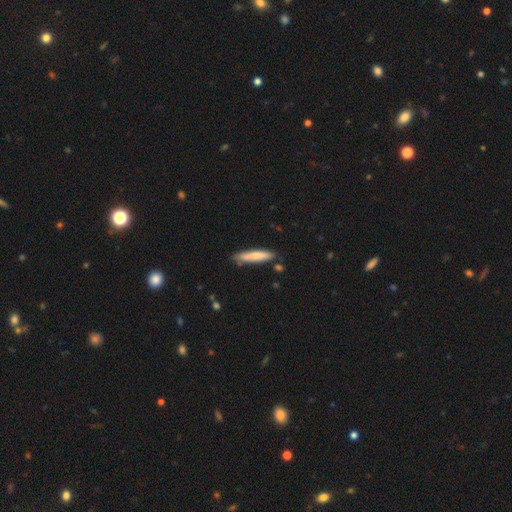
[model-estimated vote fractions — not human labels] Smooth or featured? smooth (74%)
How rounded? cigar-shaped (88%)
Merging? none (81%)